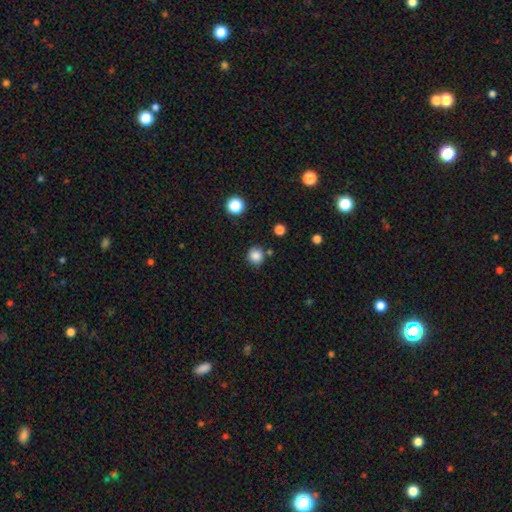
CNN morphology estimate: Q: Smooth or featured?
A: smooth (85%); runner-up: star or artifact (11%)
Q: How rounded?
A: round (90%); runner-up: in between (9%)
Q: Merging?
A: none (82%); runner-up: minor disturbance (10%)